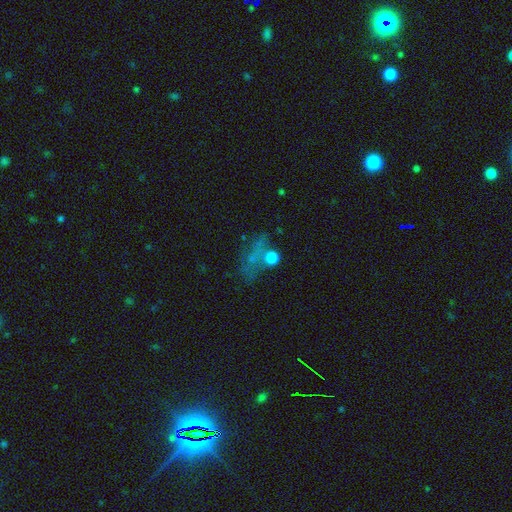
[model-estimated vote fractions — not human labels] smooth-or-featured: smooth: 39% | star or artifact: 32% | featured or disk: 28%
  merging: none: 43% | major disturbance: 27% | minor disturbance: 18% | merger: 12%